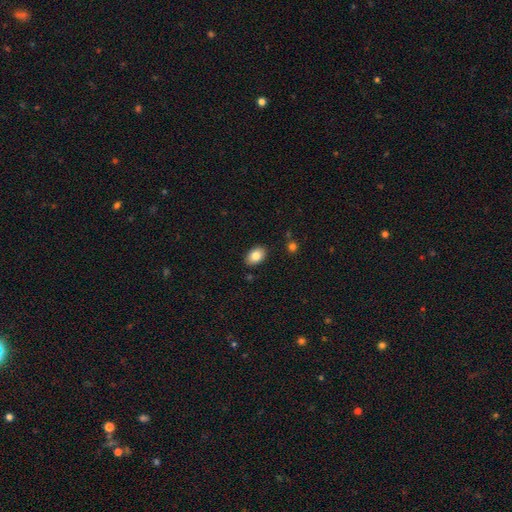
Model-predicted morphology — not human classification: Smooth or featured?
  - smooth: 83% *
  - featured or disk: 9%
  - star or artifact: 8%
How rounded?
  - in between: 86% *
  - round: 12%
  - cigar-shaped: 1%
Merging?
  - none: 87% *
  - minor disturbance: 10%
  - major disturbance: 2%
  - merger: 2%